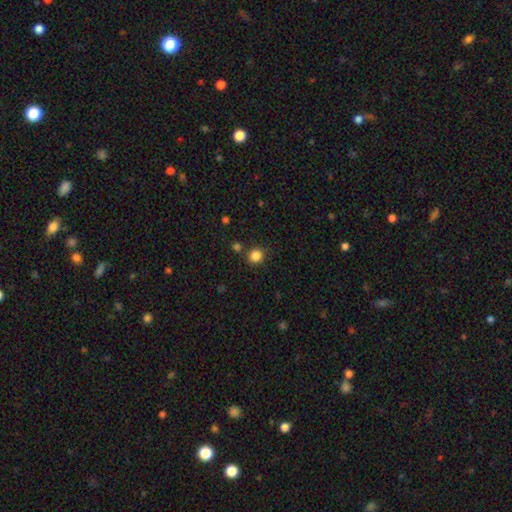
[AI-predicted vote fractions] Smooth or featured: smooth — 85% (star or artifact — 12%)
How rounded: round — 90% (in between — 9%)
Merging: none — 83% (minor disturbance — 8%)